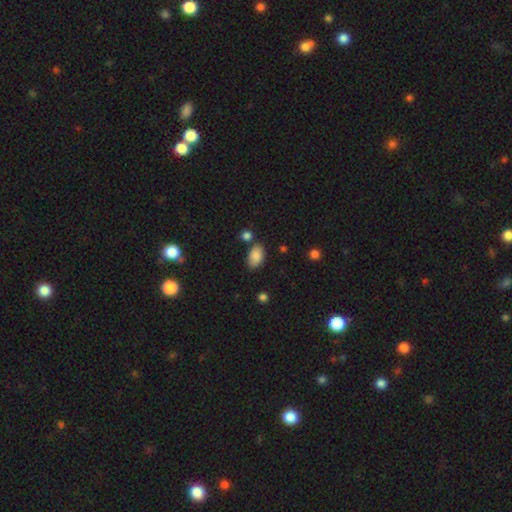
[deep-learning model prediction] A smooth galaxy with no disk features (87%) that is in between round and cigar-shaped (92%).

Vote fractions:
- Smooth or featured? smooth: 87% / star or artifact: 8% / featured or disk: 5%
- How rounded? in between: 92% / round: 7% / cigar-shaped: 2%
- Merging? none: 73% / minor disturbance: 15% / merger: 8% / major disturbance: 3%